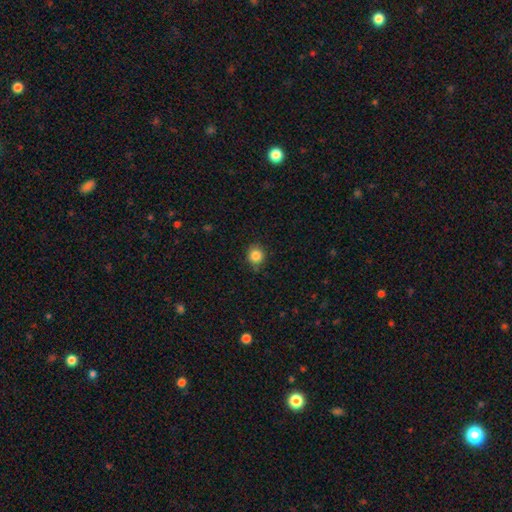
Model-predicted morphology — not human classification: Smooth or featured: smooth — 85% (star or artifact — 11%)
How rounded: round — 89% (in between — 10%)
Merging: none — 83% (minor disturbance — 13%)